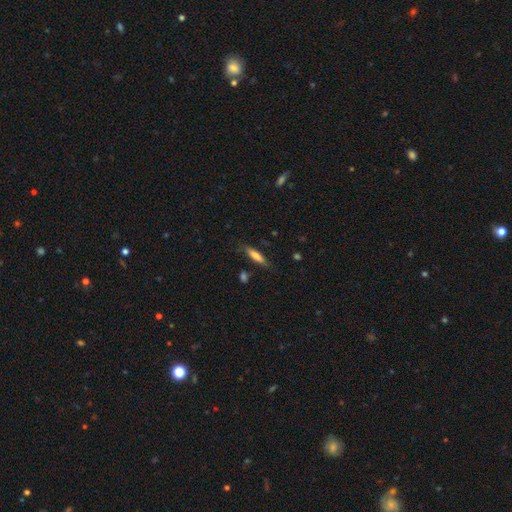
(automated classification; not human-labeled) This is likely a smooth galaxy (71%). How rounded: likely cigar-shaped (73%). Merging: likely none (78%).